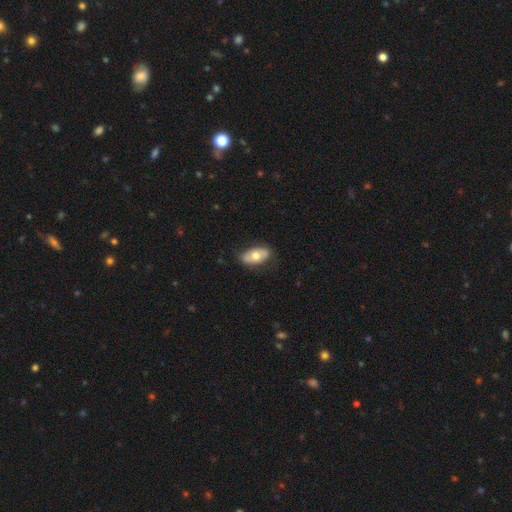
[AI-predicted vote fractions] smooth-or-featured: smooth: 62% | featured or disk: 32% | star or artifact: 6%
  how-rounded: in between: 92% | round: 5% | cigar-shaped: 3%
  merging: none: 76% | minor disturbance: 18% | major disturbance: 5% | merger: 1%